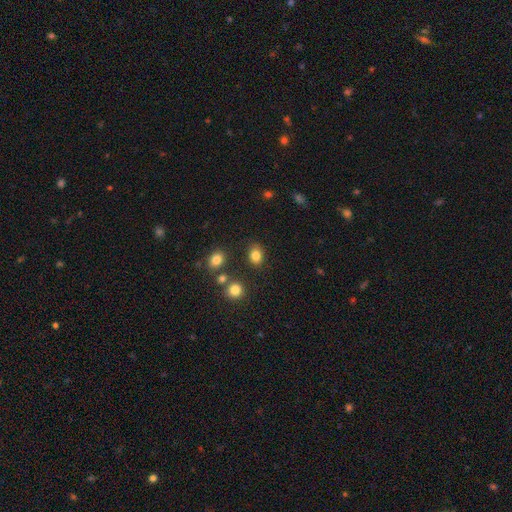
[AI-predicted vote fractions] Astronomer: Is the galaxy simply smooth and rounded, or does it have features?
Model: smooth — 83%.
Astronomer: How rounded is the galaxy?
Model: in between — 54% (runner-up: round, 45%).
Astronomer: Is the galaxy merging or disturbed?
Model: none — 82%.